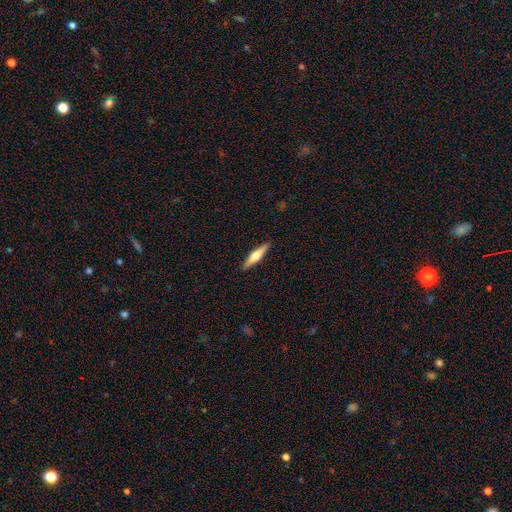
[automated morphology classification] Smooth or featured: featured or disk — 48% (smooth — 46%)
Merging: none — 90% (minor disturbance — 7%)